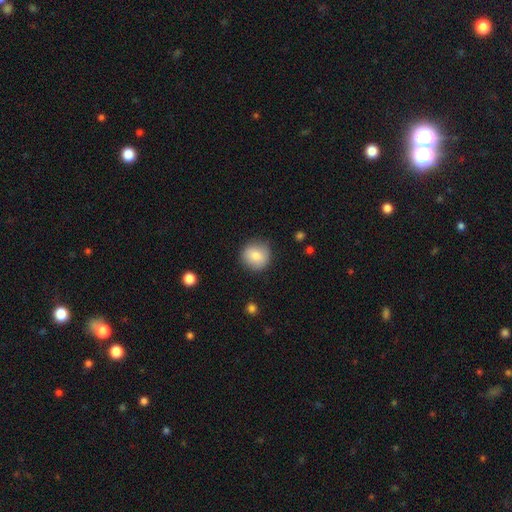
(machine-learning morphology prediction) Overall: smooth (81%). How rounded: round (91%). Merging: none (84%).